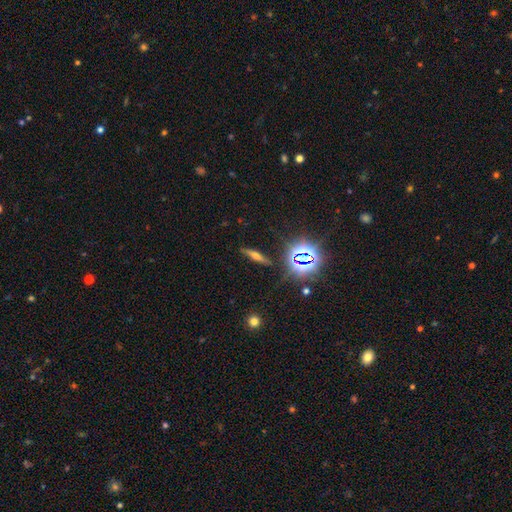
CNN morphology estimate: A featured or disk galaxy (39%).

Vote fractions:
- Smooth or featured? featured or disk: 39% / smooth: 35% / star or artifact: 26%
- Merging? none: 84% / minor disturbance: 10% / major disturbance: 3% / merger: 2%